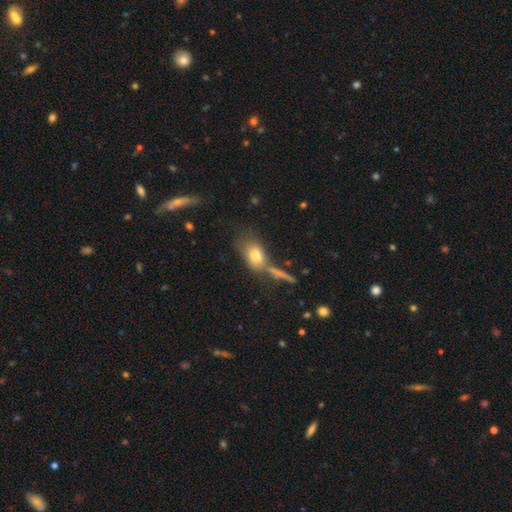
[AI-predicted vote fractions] Morphology: type=smooth (75%); roundness=in between (79%); merging=none (45%).